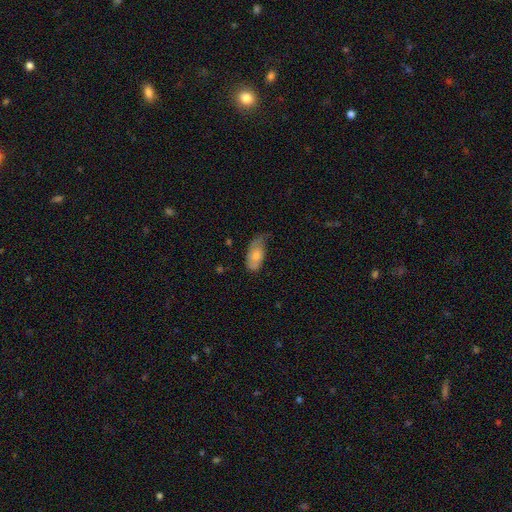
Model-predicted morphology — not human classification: This is possibly a smooth galaxy (54%). How rounded: clearly in between (90%). Merging: marginally none (42%).